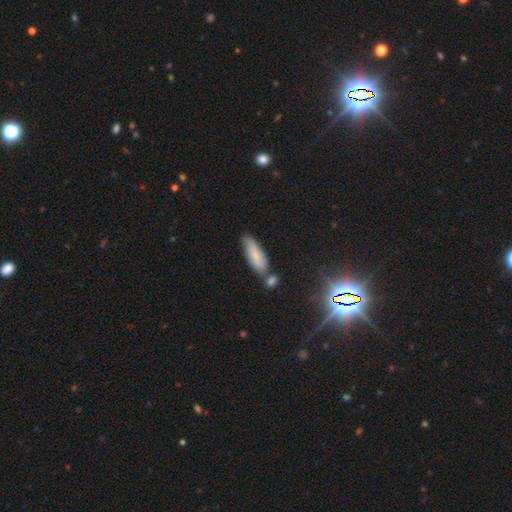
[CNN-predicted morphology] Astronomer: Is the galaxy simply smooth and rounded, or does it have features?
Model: smooth — 79%.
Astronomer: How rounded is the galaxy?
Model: in between — 55% (runner-up: cigar-shaped, 43%).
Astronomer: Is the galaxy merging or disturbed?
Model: none — 64%.